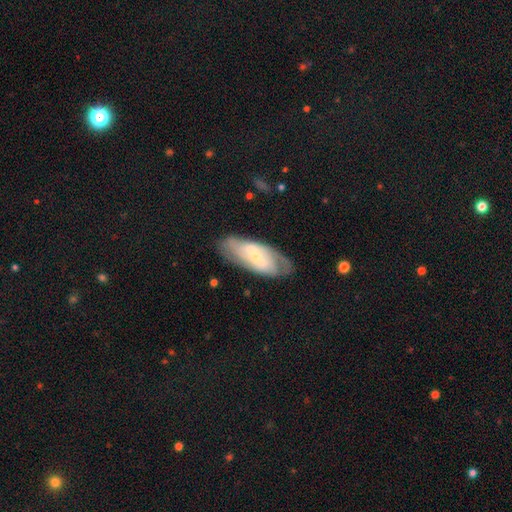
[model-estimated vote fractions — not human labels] Smooth or featured? Predicted: featured or disk (p=0.64). Edge-on disk? Predicted: no (p=0.88). Bar? Predicted: weak (p=0.43). Spiral arms? Predicted: yes (p=0.74). Bulge size? Predicted: small (p=0.63). Merging? Predicted: none (p=0.73).